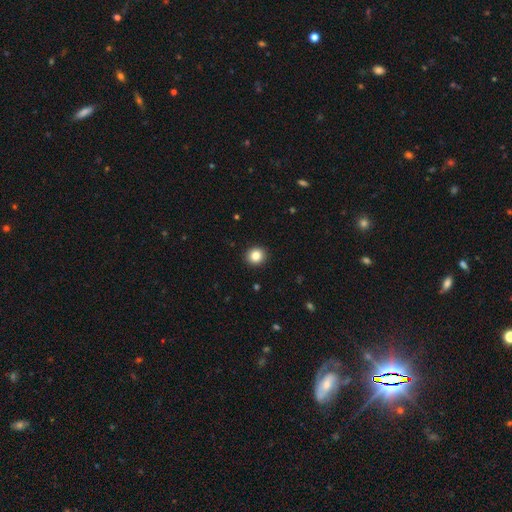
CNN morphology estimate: This appears to be a smooth galaxy with no disk features (85%) that is round (87%). Merging: none (93%).